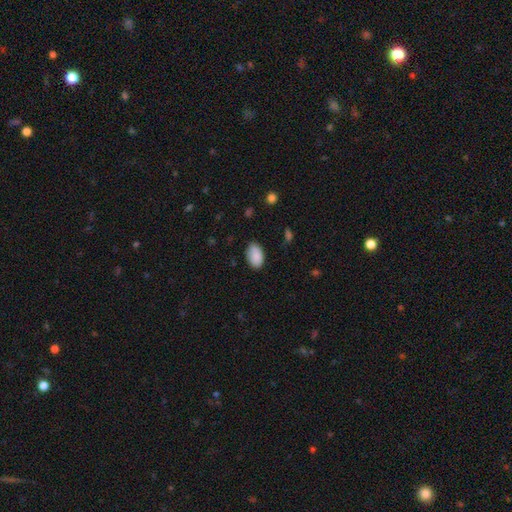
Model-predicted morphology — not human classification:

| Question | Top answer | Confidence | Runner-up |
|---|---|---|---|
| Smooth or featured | smooth | 89% | star or artifact (6%) |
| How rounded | in between | 94% | round (5%) |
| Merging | none | 83% | minor disturbance (13%) |